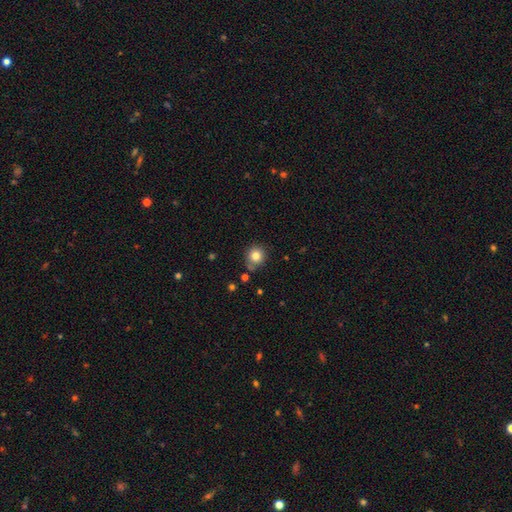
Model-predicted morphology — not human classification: smooth 81%, star or artifact 11%, featured or disk 8%. Down the decision tree: how rounded — round (90%); merging — none (79%).